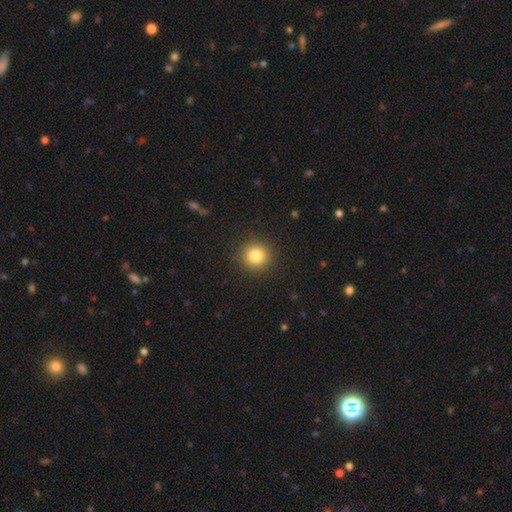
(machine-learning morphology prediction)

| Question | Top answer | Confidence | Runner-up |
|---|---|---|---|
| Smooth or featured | smooth | 83% | star or artifact (11%) |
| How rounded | round | 93% | in between (6%) |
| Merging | none | 91% | minor disturbance (6%) |